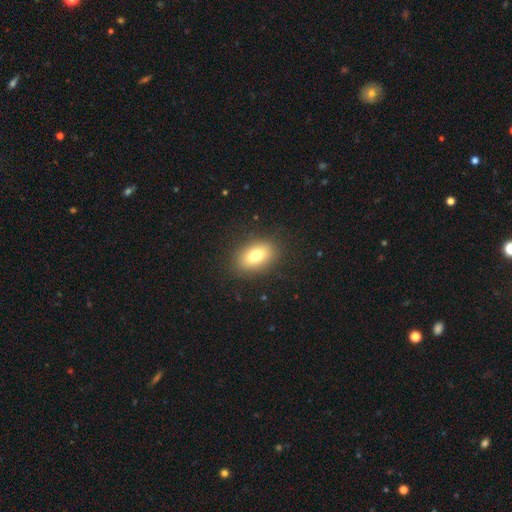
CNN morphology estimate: smooth 76%, featured or disk 14%, star or artifact 10%. Down the decision tree: how rounded — in between (85%); merging — none (87%).